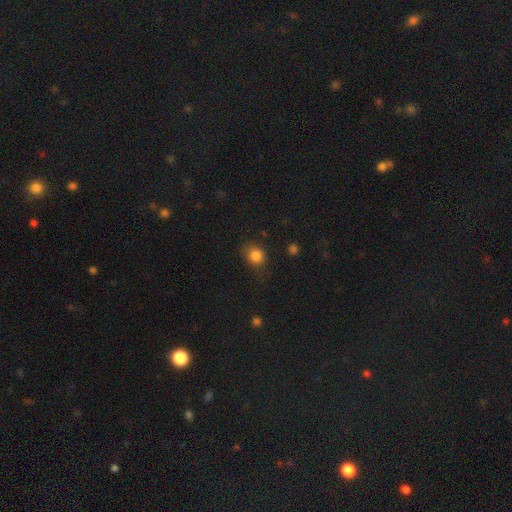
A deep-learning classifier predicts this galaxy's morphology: Overall: smooth (83%). How rounded: round (72%). Merging: none (70%).